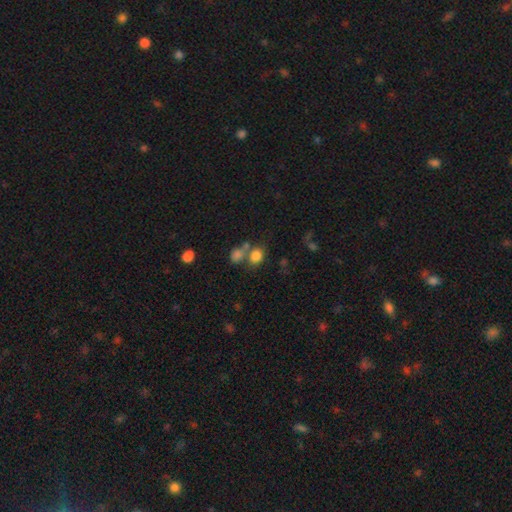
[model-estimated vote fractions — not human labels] Q: Smooth or featured?
A: smooth (80%); runner-up: star or artifact (12%)
Q: How rounded?
A: round (55%); runner-up: in between (44%)
Q: Merging?
A: none (48%); runner-up: merger (35%)